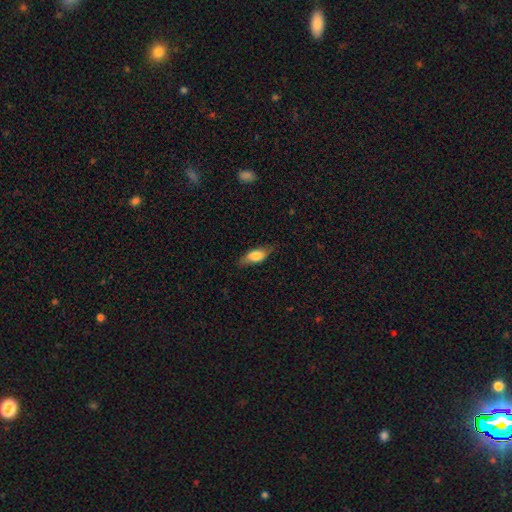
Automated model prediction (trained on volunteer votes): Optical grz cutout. It shows a smooth galaxy with no disk features (71%) that is in between round and cigar-shaped (74%). Merging: none (77%).